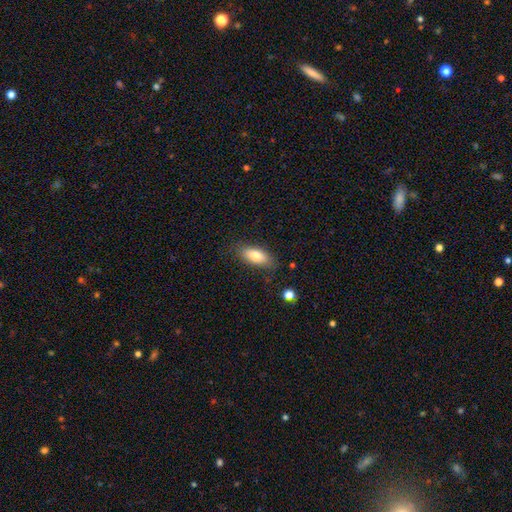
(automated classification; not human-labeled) Overall: smooth (79%). How rounded: in between (83%). Merging: none (81%).